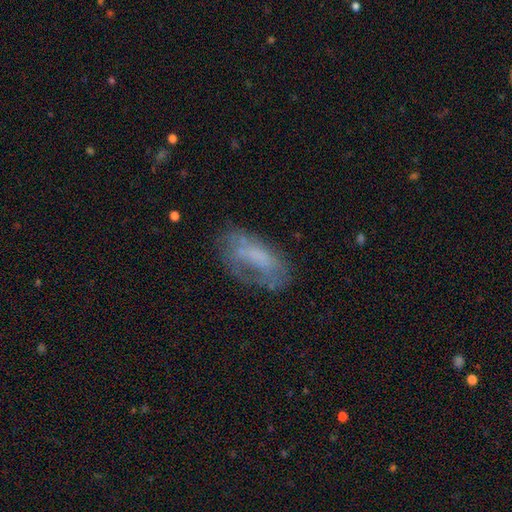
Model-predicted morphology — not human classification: A smooth galaxy with no disk features (48%).

Vote fractions:
- Smooth or featured? smooth: 48% / featured or disk: 41% / star or artifact: 11%
- Merging? none: 52% / minor disturbance: 25% / major disturbance: 20% / merger: 3%